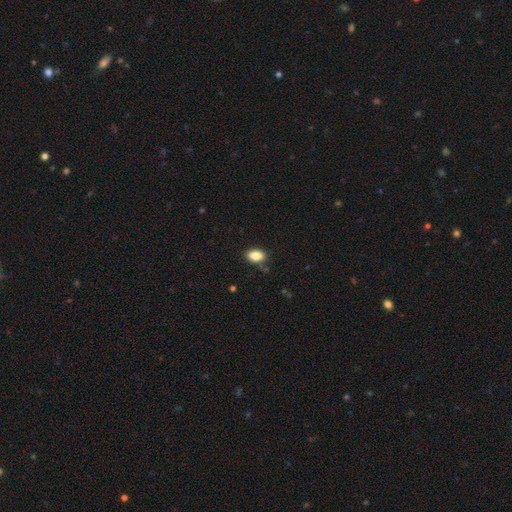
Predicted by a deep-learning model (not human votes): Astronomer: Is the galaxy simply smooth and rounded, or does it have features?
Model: smooth — 86%.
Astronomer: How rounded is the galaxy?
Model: in between — 87%.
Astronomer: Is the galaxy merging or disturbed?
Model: none — 81%.